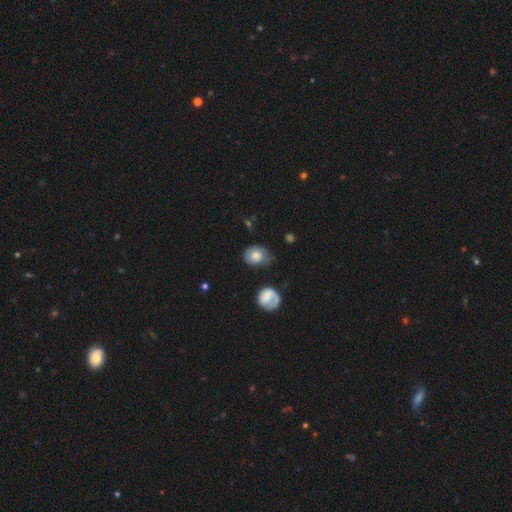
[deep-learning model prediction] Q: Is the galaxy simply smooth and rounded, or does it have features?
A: smooth — 73%.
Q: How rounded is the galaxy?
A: in between — 58%.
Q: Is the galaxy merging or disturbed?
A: none — 50%.